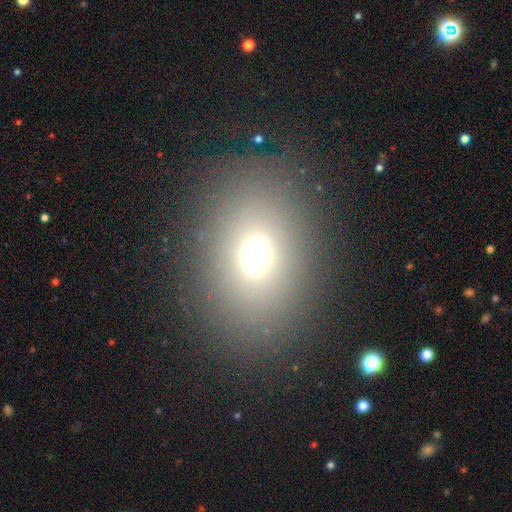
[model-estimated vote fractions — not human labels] Smooth or featured? Predicted: smooth (p=0.67). How rounded? Predicted: in between (p=0.67). Merging? Predicted: none (p=0.85).